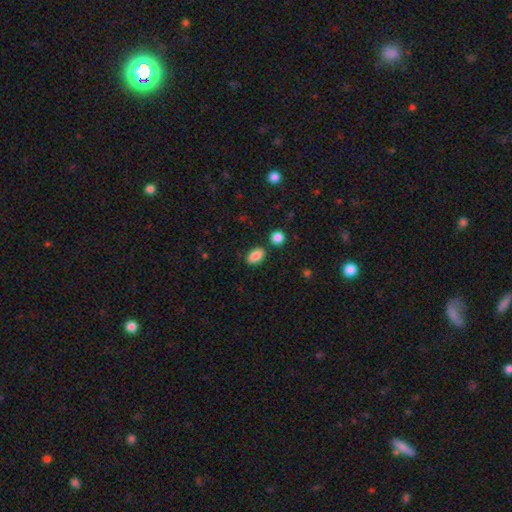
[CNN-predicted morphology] Smooth or featured?
  - smooth: 87% *
  - star or artifact: 8%
  - featured or disk: 5%
How rounded?
  - in between: 90% *
  - round: 8%
  - cigar-shaped: 3%
Merging?
  - none: 83% *
  - minor disturbance: 10%
  - merger: 5%
  - major disturbance: 2%